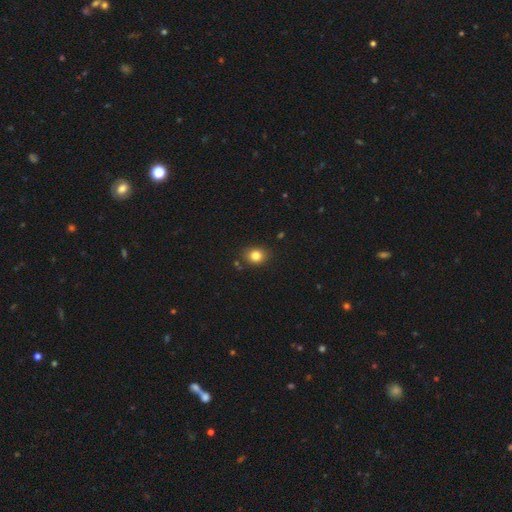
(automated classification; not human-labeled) smooth-or-featured: smooth: 82% | star or artifact: 11% | featured or disk: 6%
  how-rounded: round: 59% | in between: 40% | cigar-shaped: 1%
  merging: none: 84% | minor disturbance: 11% | merger: 3% | major disturbance: 3%